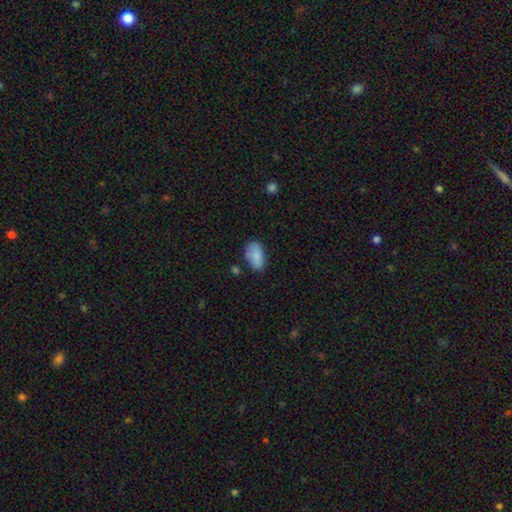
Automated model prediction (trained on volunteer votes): Smooth or featured?
  - smooth: 84% *
  - featured or disk: 8%
  - star or artifact: 8%
How rounded?
  - in between: 92% *
  - round: 5%
  - cigar-shaped: 3%
Merging?
  - none: 63% *
  - minor disturbance: 26%
  - major disturbance: 6%
  - merger: 5%